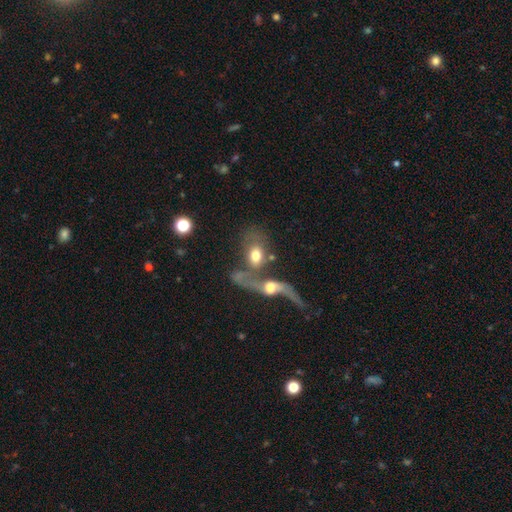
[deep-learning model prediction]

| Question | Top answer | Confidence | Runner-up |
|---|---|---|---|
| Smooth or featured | smooth | 54% | featured or disk (38%) |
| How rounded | in between | 79% | round (17%) |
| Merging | merger | 60% | none (19%) |